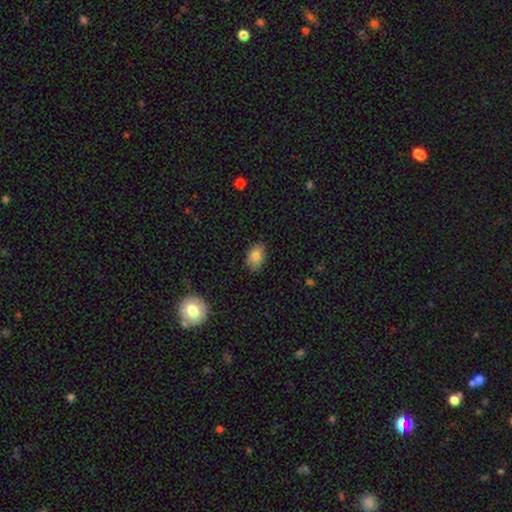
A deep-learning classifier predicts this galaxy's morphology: Smooth or featured? Predicted: smooth (p=0.83). How rounded? Predicted: in between (p=0.83). Merging? Predicted: none (p=0.82).